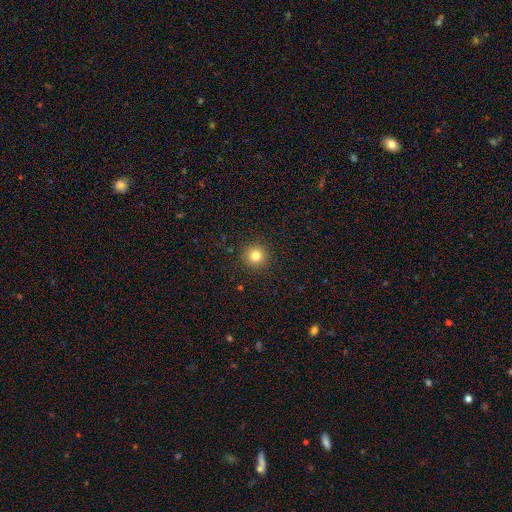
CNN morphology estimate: smooth-or-featured: smooth: 81% | star or artifact: 13% | featured or disk: 6%
  how-rounded: round: 95% | in between: 5% | cigar-shaped: 1%
  merging: none: 92% | minor disturbance: 5% | major disturbance: 2% | merger: 1%